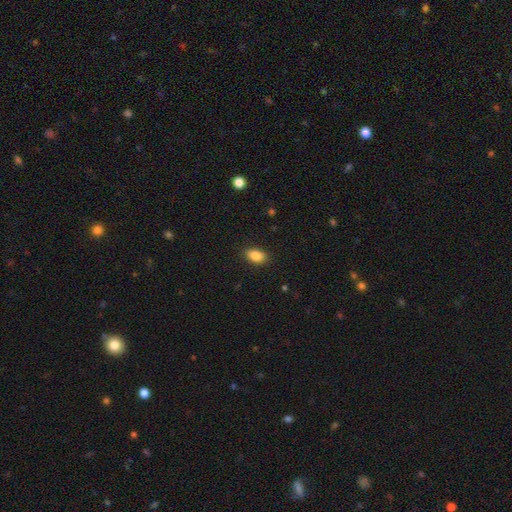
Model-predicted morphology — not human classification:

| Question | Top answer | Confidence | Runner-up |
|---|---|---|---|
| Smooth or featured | smooth | 86% | star or artifact (8%) |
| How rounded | in between | 87% | round (11%) |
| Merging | none | 88% | minor disturbance (9%) |